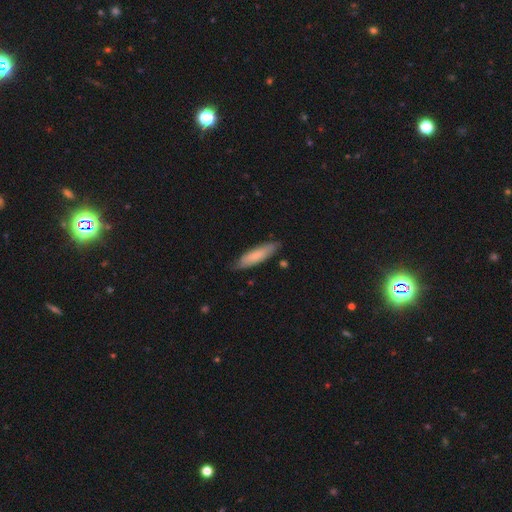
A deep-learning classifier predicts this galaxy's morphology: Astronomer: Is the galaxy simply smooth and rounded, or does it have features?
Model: smooth — 74%.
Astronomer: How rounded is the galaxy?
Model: cigar-shaped — 64%.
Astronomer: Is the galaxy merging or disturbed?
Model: none — 79%.